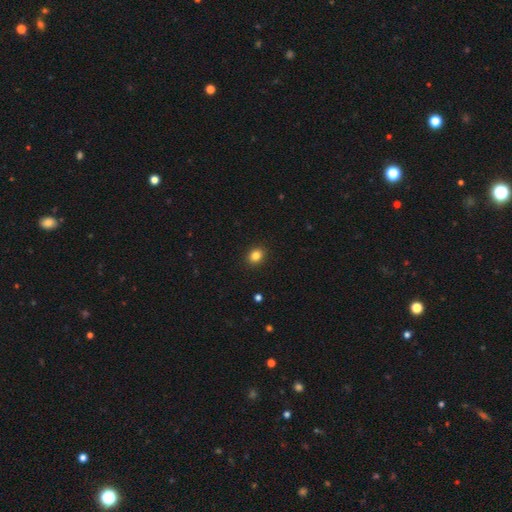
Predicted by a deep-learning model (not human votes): Q: Smooth or featured?
A: smooth (84%); runner-up: star or artifact (11%)
Q: How rounded?
A: round (55%); runner-up: in between (44%)
Q: Merging?
A: none (91%); runner-up: minor disturbance (6%)